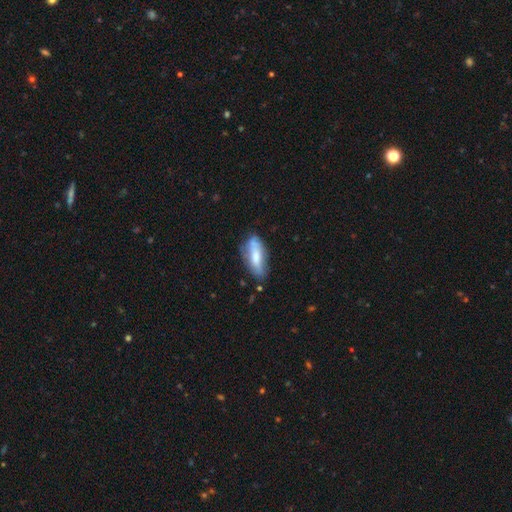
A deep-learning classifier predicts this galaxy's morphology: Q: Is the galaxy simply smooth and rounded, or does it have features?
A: smooth — 59%.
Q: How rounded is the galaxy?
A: in between — 74%.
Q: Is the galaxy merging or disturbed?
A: none — 59%.